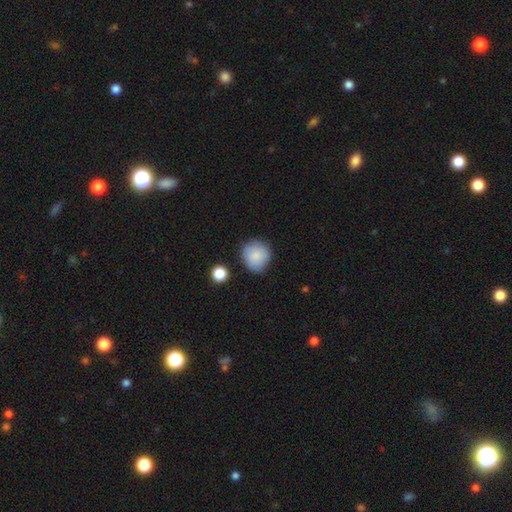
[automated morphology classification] A smooth galaxy with no disk features (86%) that is round (89%).

Vote fractions:
- Smooth or featured? smooth: 86% / star or artifact: 7% / featured or disk: 7%
- How rounded? round: 89% / in between: 10% / cigar-shaped: 1%
- Merging? none: 79% / minor disturbance: 14% / major disturbance: 3% / merger: 3%